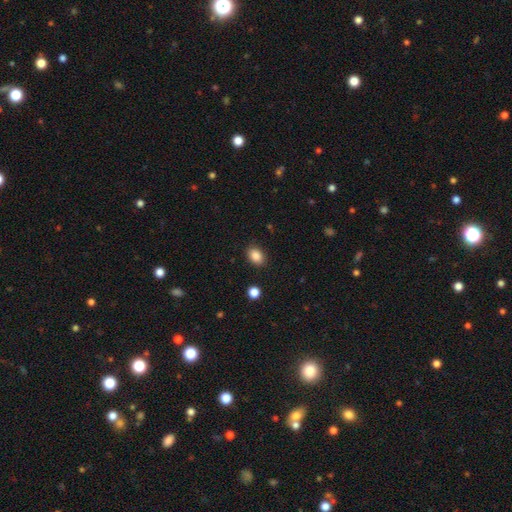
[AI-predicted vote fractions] Smooth or featured? Predicted: smooth (p=0.87). How rounded? Predicted: in between (p=0.68). Merging? Predicted: none (p=0.86).